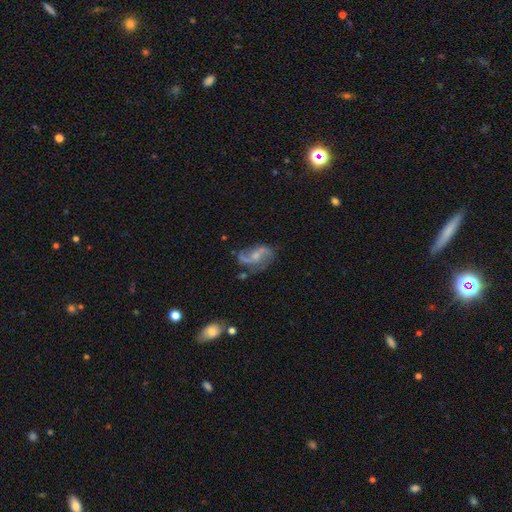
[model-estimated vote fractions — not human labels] Overall: featured or disk (78%). Edge-on disk: no (97%). Bar: no (52%; weak 38%). Spiral arms: yes (90%). Spiral arm count: 2 (79%). Spiral winding: loose (62%; medium 31%). Bulge size: small (52%; moderate 30%). Merging: none (57%; minor disturbance 21%).